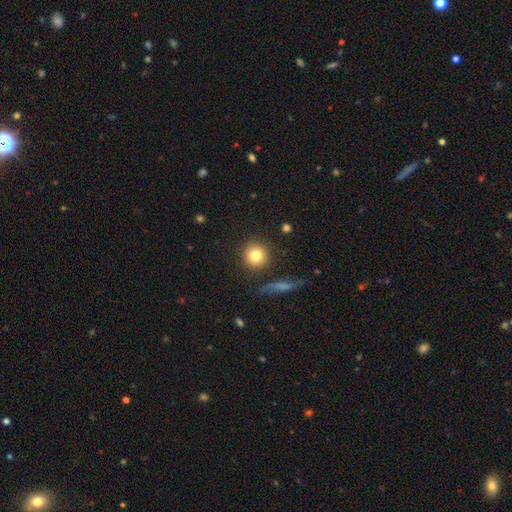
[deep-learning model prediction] Smooth or featured: smooth — 81% (featured or disk — 10%)
How rounded: round — 93% (in between — 5%)
Merging: none — 87% (minor disturbance — 7%)